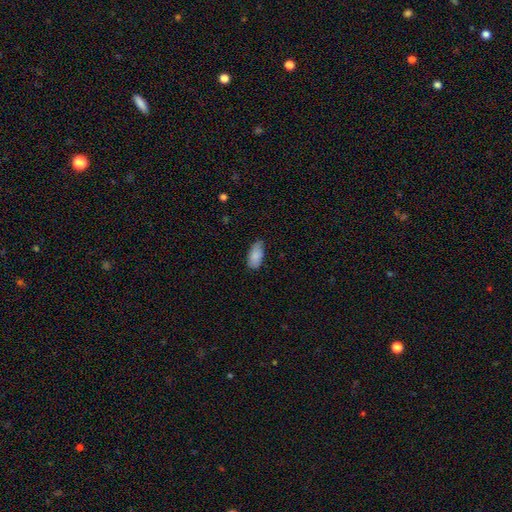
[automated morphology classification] smooth_or_featured: smooth (p=0.85) [alt: featured or disk p=0.08]
how_rounded: in between (p=0.92) [alt: cigar-shaped p=0.06]
merging: none (p=0.71) [alt: minor disturbance p=0.24]